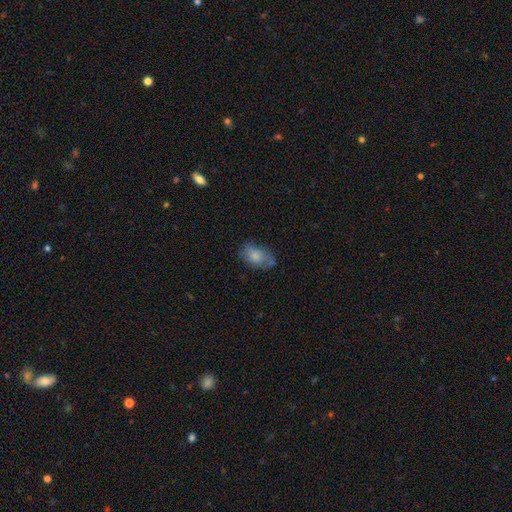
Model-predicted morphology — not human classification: smooth_or_featured: smooth (p=0.72) [alt: featured or disk p=0.20]
how_rounded: in between (p=0.91) [alt: round p=0.07]
merging: none (p=0.57) [alt: minor disturbance p=0.29]